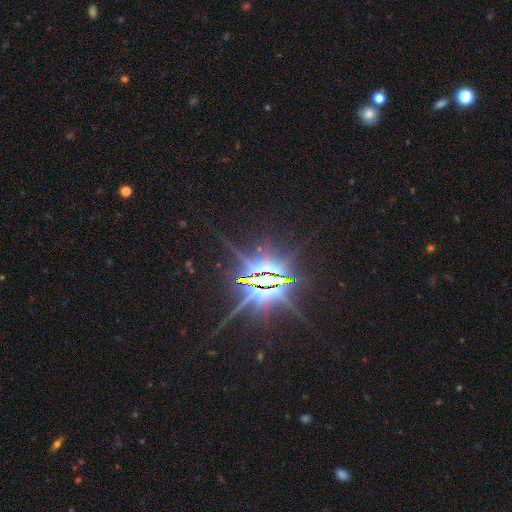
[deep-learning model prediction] The model was most divided on "smooth or featured": star or artifact: 87%, featured or disk: 8%, smooth: 6%.